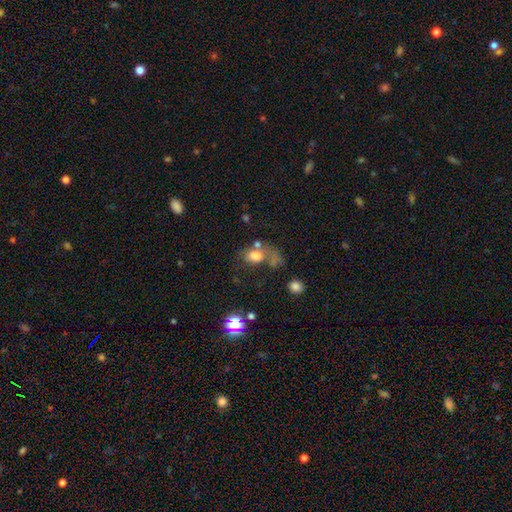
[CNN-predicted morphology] A smooth galaxy with no disk features (66%) that is in between round and cigar-shaped (69%). Merging: major disturbance (32%).